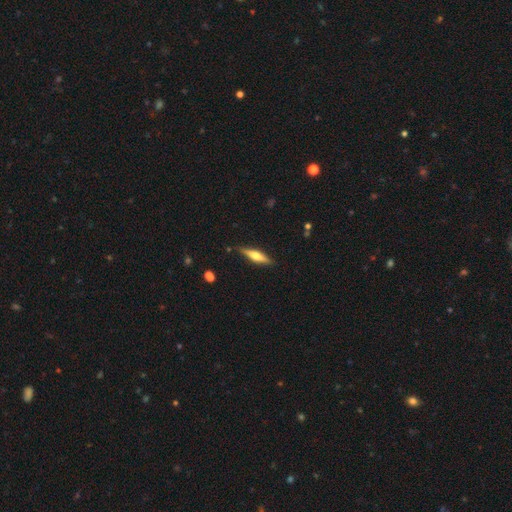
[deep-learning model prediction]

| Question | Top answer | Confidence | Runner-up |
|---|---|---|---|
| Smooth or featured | featured or disk | 58% | smooth (36%) |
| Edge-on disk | yes | 96% | no (4%) |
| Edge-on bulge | rounded | 89% | boxy (7%) |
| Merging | none | 86% | minor disturbance (10%) |